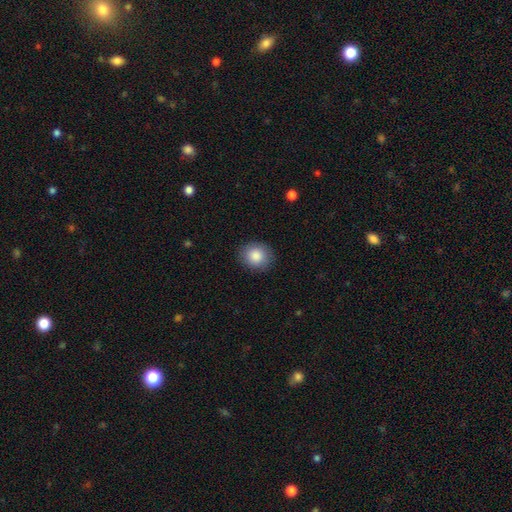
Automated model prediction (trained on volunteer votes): Q: Smooth or featured?
A: smooth (86%); runner-up: star or artifact (8%)
Q: How rounded?
A: round (73%); runner-up: in between (26%)
Q: Merging?
A: none (88%); runner-up: minor disturbance (9%)